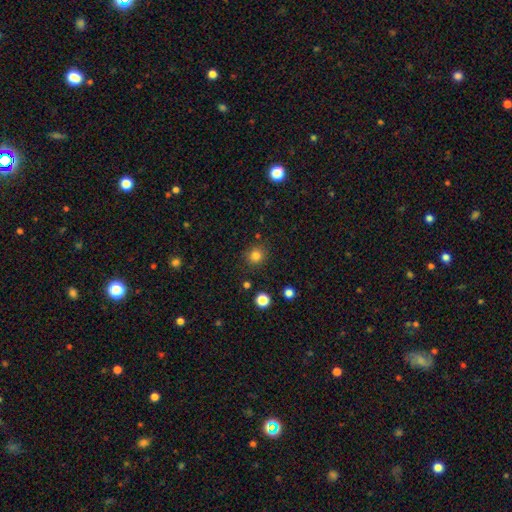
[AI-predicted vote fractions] smooth 81%, star or artifact 14%, featured or disk 5%. Down the decision tree: how rounded — round (88%); merging — none (87%).